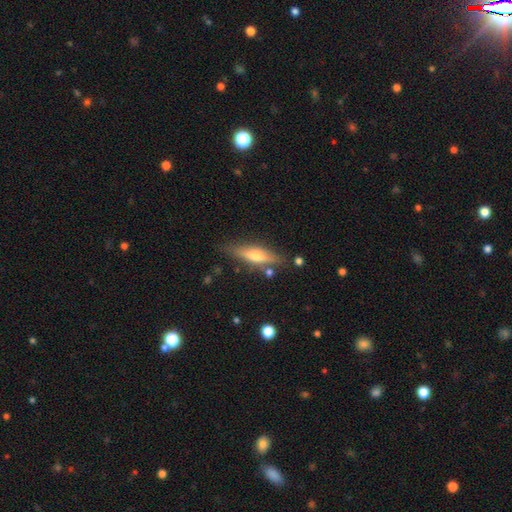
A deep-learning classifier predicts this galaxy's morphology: This appears to be a featured or disk galaxy (55%) viewed edge-on (92%) with a rounded central bulge (84%). Merging: none (82%).